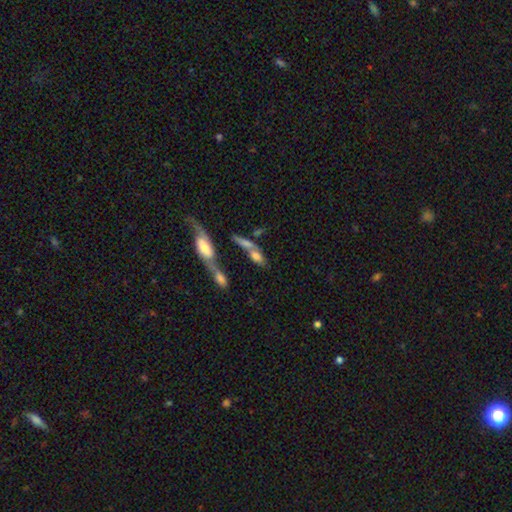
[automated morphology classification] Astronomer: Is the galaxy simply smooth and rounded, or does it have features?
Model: smooth — 60%.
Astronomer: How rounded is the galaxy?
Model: in between — 70%.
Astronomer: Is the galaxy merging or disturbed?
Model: merger — 51% (runner-up: none, 28%).